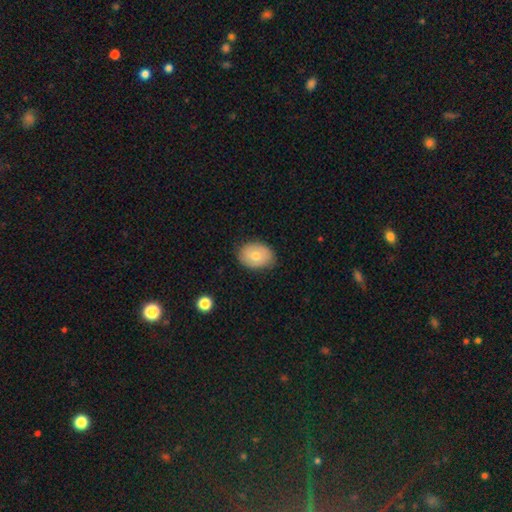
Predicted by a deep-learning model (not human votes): smooth-or-featured: smooth: 69% | featured or disk: 23% | star or artifact: 8%
  how-rounded: in between: 70% | round: 29% | cigar-shaped: 1%
  merging: none: 85% | minor disturbance: 12% | major disturbance: 2% | merger: 1%